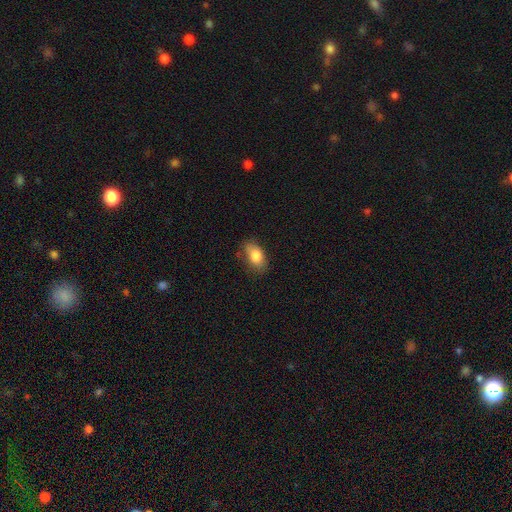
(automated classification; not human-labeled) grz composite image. It shows a smooth galaxy with no disk features (82%) that is in between round and cigar-shaped (88%). Merging: none (75%).